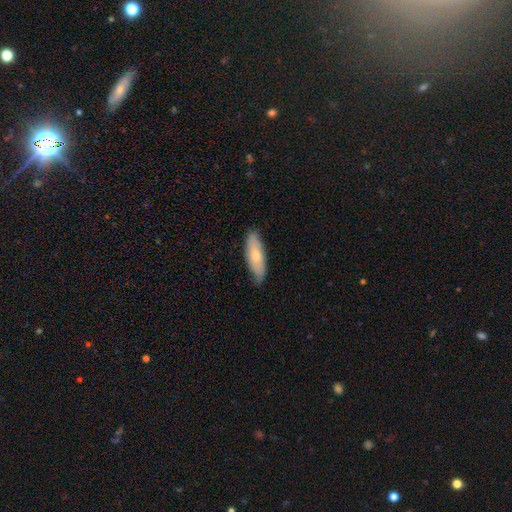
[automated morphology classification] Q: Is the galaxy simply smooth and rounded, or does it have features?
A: smooth — 68%.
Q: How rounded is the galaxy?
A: in between — 55%.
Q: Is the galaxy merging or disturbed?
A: none — 79%.